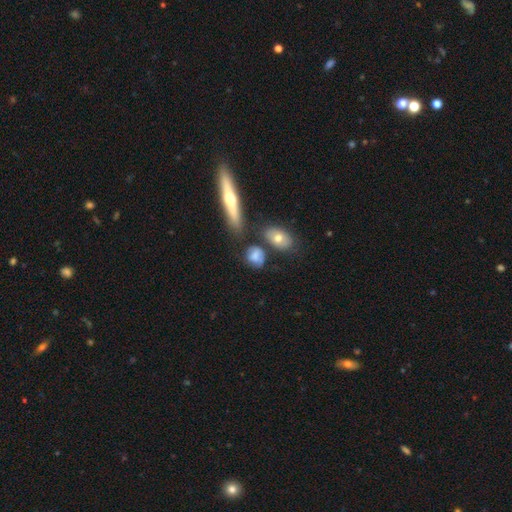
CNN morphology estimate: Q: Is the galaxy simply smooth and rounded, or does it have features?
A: smooth — 65%.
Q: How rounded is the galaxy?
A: in between — 57%.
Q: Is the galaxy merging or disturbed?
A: none — 58%.